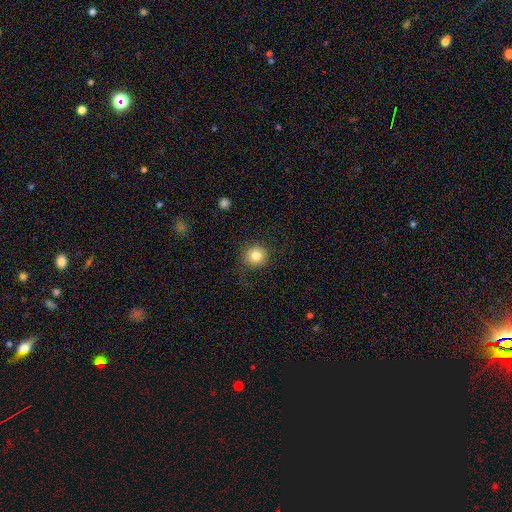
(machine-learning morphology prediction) The model was most divided on "smooth or featured": smooth: 81%, star or artifact: 11%, featured or disk: 8%. More confident: how rounded — round (92%); merging — none (83%).